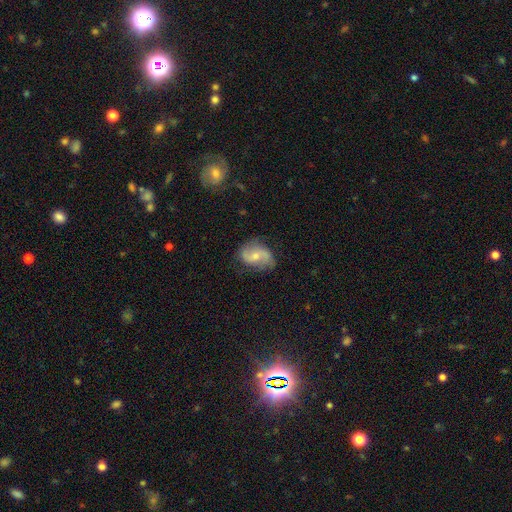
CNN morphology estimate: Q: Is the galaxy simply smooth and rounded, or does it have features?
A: featured or disk — 72%.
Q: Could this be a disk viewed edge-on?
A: no — 97%.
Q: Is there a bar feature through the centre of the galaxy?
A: no — 49%.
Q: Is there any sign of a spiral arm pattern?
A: yes — 93%.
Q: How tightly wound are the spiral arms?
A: loose — 49%.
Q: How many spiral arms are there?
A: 2 — 88%.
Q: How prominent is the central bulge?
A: moderate — 50%.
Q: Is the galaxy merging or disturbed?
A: none — 73%.